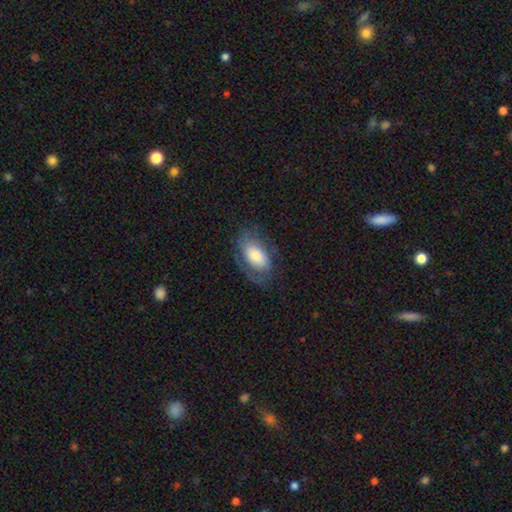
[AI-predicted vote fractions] smooth-or-featured: smooth: 48% | featured or disk: 45% | star or artifact: 7%
  merging: none: 64% | minor disturbance: 21% | major disturbance: 14% | merger: 1%